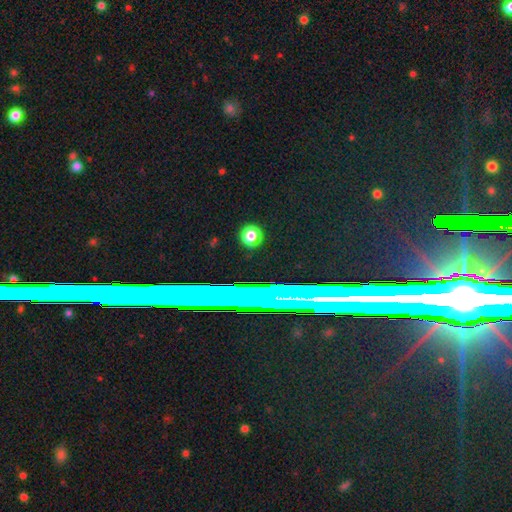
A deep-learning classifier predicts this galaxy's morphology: Q: Smooth or featured?
A: star or artifact (74%); runner-up: featured or disk (14%)